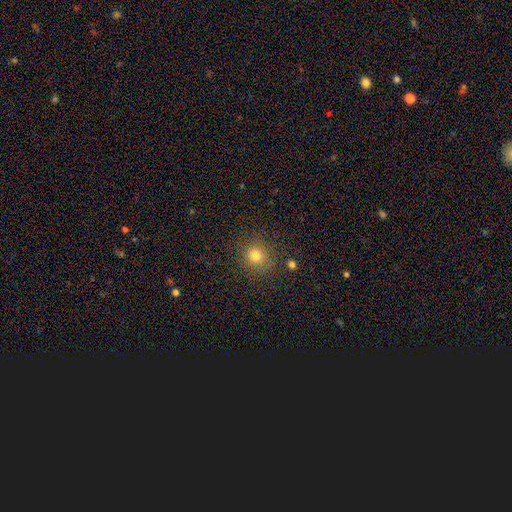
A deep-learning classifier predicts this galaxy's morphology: smooth-or-featured: smooth: 78% | star or artifact: 15% | featured or disk: 7%
  how-rounded: round: 84% | in between: 15% | cigar-shaped: 1%
  merging: none: 85% | minor disturbance: 10% | major disturbance: 3% | merger: 2%